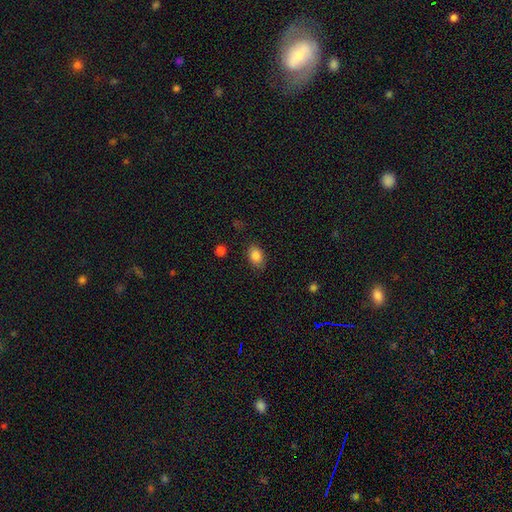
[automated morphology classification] type=smooth (86%); roundness=in between (82%); merging=none (83%).